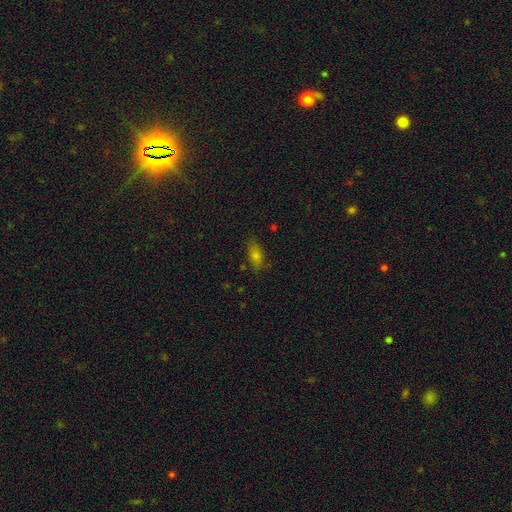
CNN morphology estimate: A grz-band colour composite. It shows a smooth galaxy with no disk features (71%) that is in between round and cigar-shaped (79%). Merging: none (79%).